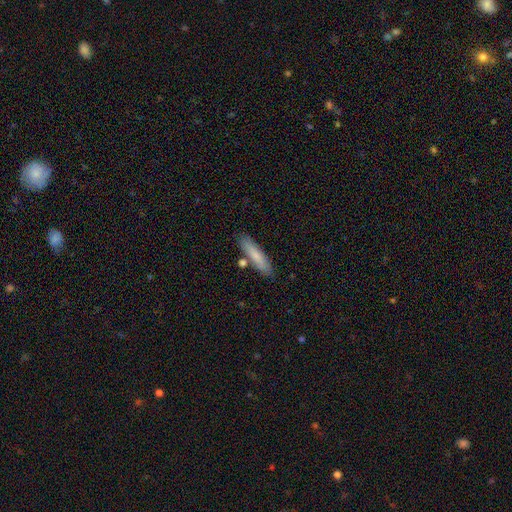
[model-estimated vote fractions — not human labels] Smooth or featured? smooth (77%)
How rounded? cigar-shaped (81%)
Merging? none (80%)